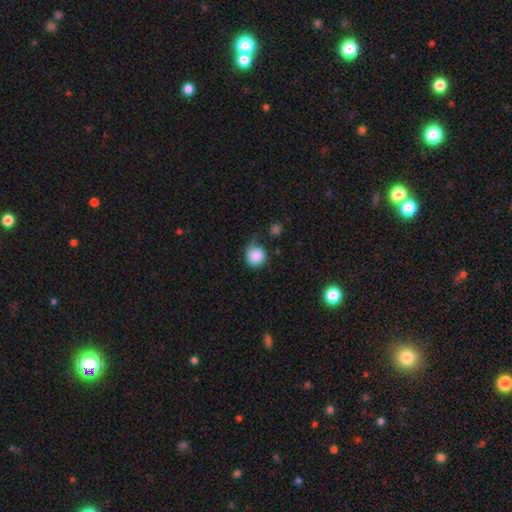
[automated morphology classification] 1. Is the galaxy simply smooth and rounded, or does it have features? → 86% smooth, 9% star or artifact, 5% featured or disk.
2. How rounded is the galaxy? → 87% round, 12% in between, 1% cigar-shaped.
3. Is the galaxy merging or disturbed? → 59% none, 30% minor disturbance, 8% major disturbance, 3% merger.